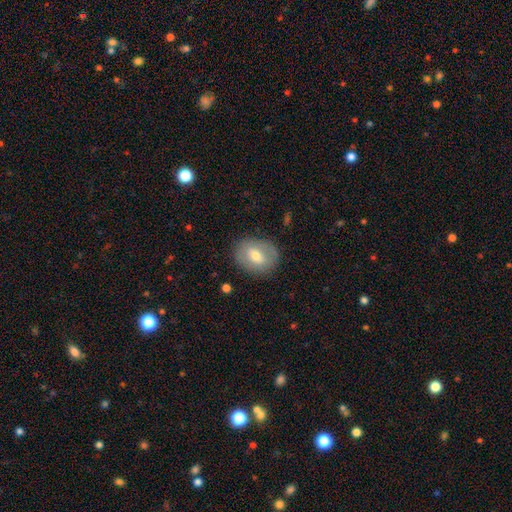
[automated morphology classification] Q: Smooth or featured?
A: smooth (60%); runner-up: featured or disk (33%)
Q: How rounded?
A: in between (54%); runner-up: round (45%)
Q: Merging?
A: none (82%); runner-up: minor disturbance (13%)